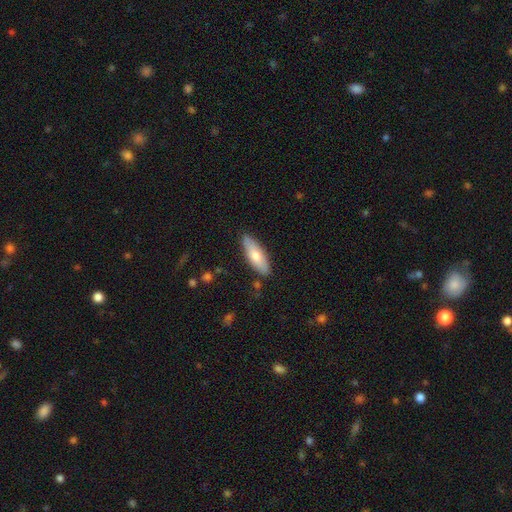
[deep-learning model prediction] A smooth galaxy with no disk features (67%) that is in between round and cigar-shaped (62%).

Vote fractions:
- Smooth or featured? smooth: 67% / featured or disk: 27% / star or artifact: 6%
- How rounded? in between: 62% / cigar-shaped: 36% / round: 2%
- Merging? none: 82% / minor disturbance: 14% / major disturbance: 2% / merger: 2%